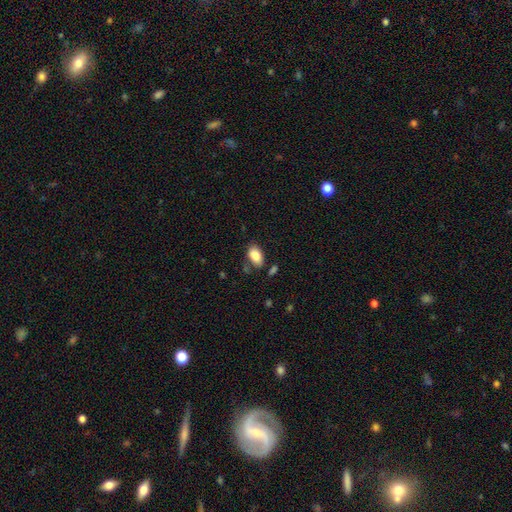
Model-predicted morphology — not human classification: The model was most divided on "merging": none: 73%, minor disturbance: 17%, merger: 6%, major disturbance: 4%. More confident: how rounded — in between (92%); smooth or featured — smooth (85%).